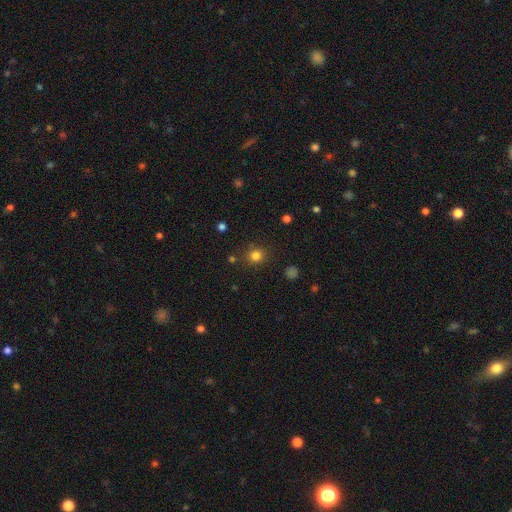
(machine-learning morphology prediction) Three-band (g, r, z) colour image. It shows a smooth galaxy with no disk features (80%) that is round (90%). Merging: none (85%).